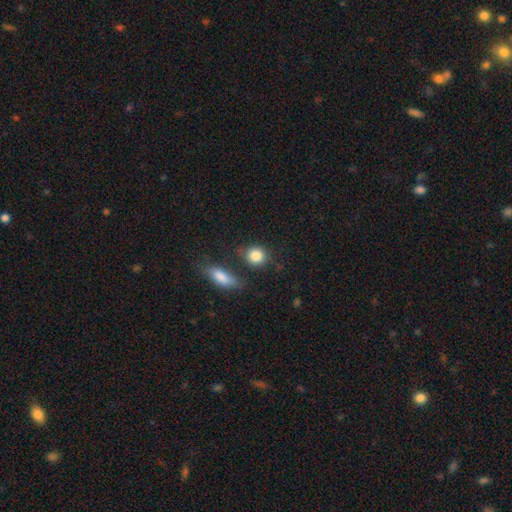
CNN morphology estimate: smooth_or_featured: smooth (p=0.84) [alt: star or artifact p=0.09]
how_rounded: round (p=0.77) [alt: in between p=0.21]
merging: none (p=0.67) [alt: minor disturbance p=0.15]